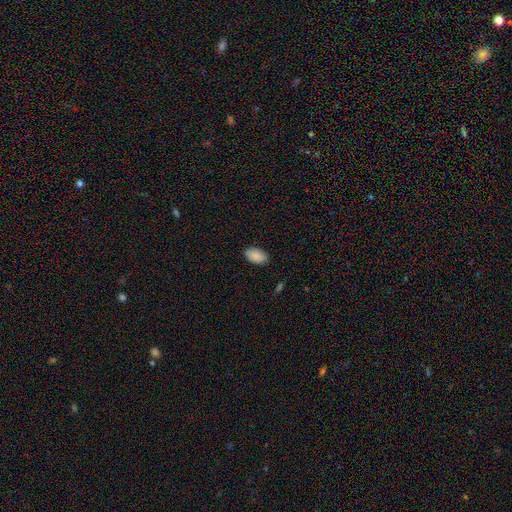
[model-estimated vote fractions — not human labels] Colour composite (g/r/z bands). It shows a smooth galaxy with no disk features (89%) that is in between round and cigar-shaped (94%). Merging: none (85%).